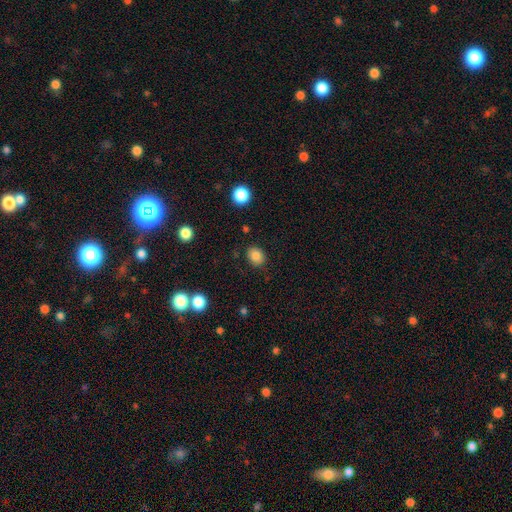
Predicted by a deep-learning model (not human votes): A smooth galaxy with no disk features (83%) that is round (54%).

Vote fractions:
- Smooth or featured? smooth: 83% / star or artifact: 10% / featured or disk: 7%
- How rounded? round: 54% / in between: 45% / cigar-shaped: 1%
- Merging? none: 86% / minor disturbance: 10% / major disturbance: 3% / merger: 2%